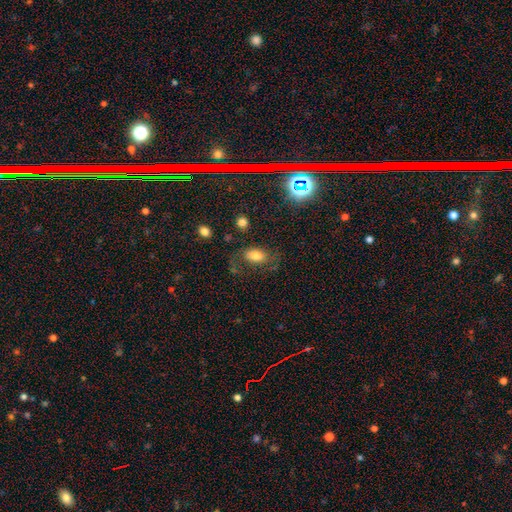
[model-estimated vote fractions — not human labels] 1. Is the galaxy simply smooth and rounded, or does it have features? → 69% smooth, 19% featured or disk, 11% star or artifact.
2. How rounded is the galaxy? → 86% in between, 12% round, 2% cigar-shaped.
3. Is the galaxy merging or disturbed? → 59% none, 19% minor disturbance, 18% major disturbance, 4% merger.